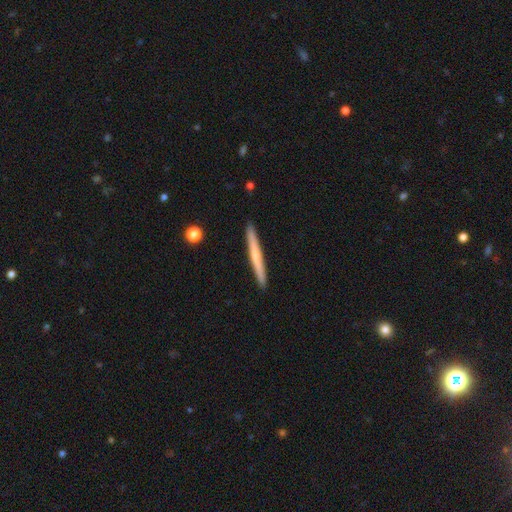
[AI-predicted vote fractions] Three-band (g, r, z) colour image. It shows a smooth galaxy with no disk features (50%). Merging: none (92%).